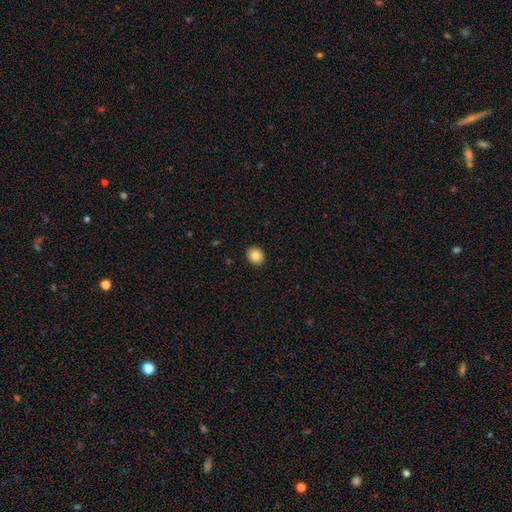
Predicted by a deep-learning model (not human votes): This appears to be a smooth galaxy with no disk features (85%) that is round (68%). Merging: none (91%).